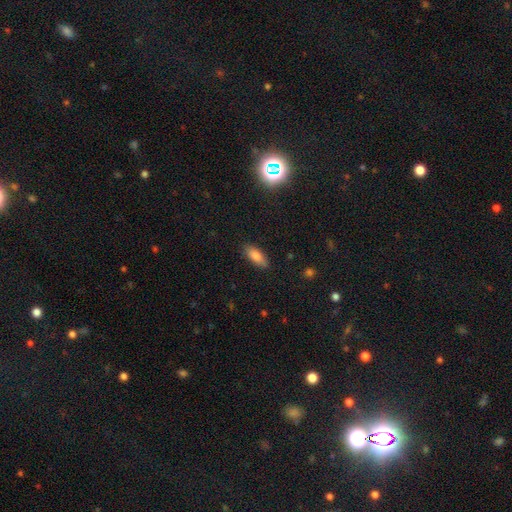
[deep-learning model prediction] A smooth galaxy with no disk features (83%) that is in between round and cigar-shaped (77%).

Vote fractions:
- Smooth or featured? smooth: 83% / featured or disk: 10% / star or artifact: 8%
- How rounded? in between: 77% / cigar-shaped: 21% / round: 2%
- Merging? none: 86% / minor disturbance: 10% / major disturbance: 2% / merger: 1%